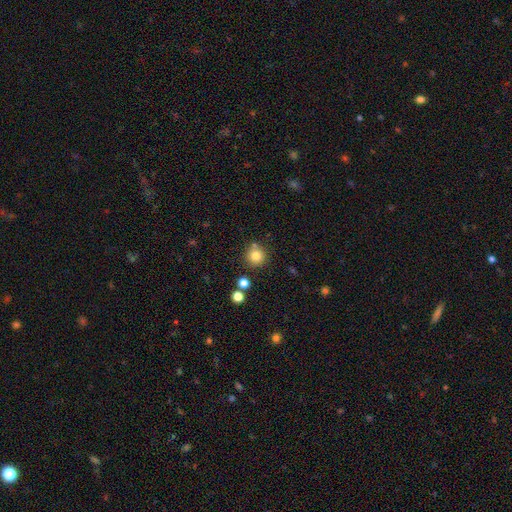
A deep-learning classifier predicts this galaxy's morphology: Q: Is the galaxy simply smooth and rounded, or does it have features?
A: smooth — 82%.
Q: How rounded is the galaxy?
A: round — 93%.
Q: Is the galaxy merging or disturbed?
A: none — 77%.